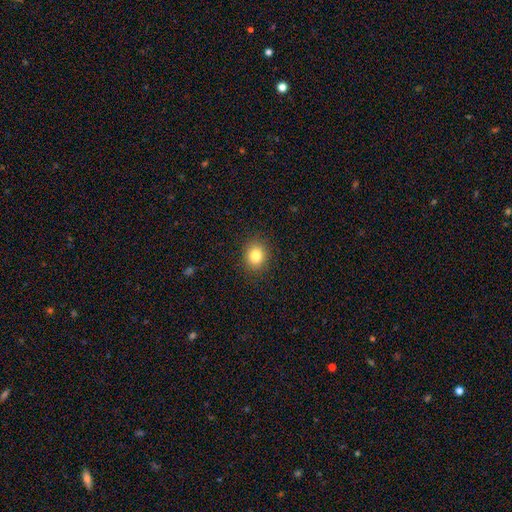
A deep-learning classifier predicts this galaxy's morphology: Overall: smooth (82%). How rounded: round (66%; in between 33%). Merging: none (89%).